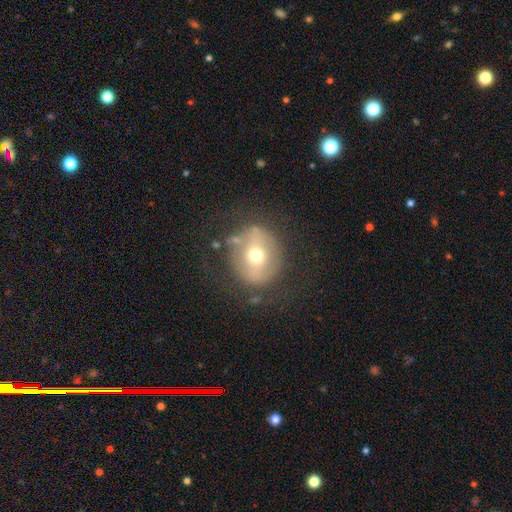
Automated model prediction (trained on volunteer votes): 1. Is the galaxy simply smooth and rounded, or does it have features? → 48% featured or disk, 42% smooth, 10% star or artifact.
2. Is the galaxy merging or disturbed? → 73% none, 15% minor disturbance, 9% major disturbance, 2% merger.